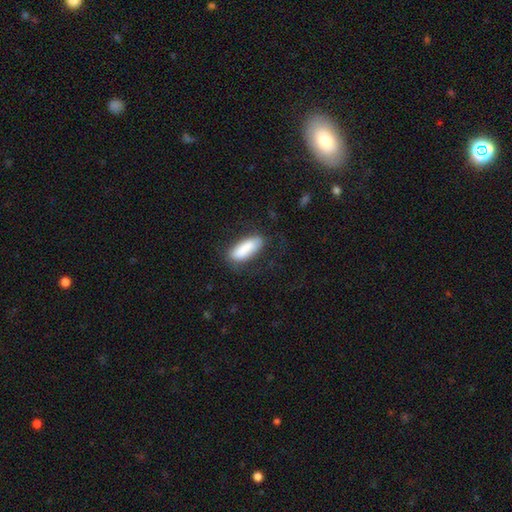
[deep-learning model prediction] smooth-or-featured: smooth: 69% | featured or disk: 17% | star or artifact: 14%
  how-rounded: in between: 54% | cigar-shaped: 42% | round: 4%
  merging: none: 73% | minor disturbance: 17% | major disturbance: 7% | merger: 3%